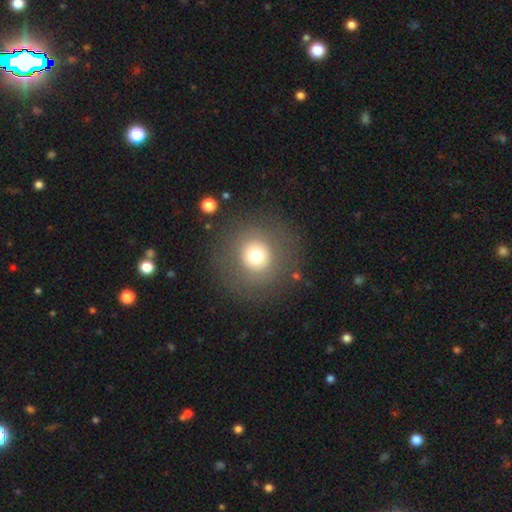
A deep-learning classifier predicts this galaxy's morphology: The model was most divided on "smooth or featured": smooth: 69%, featured or disk: 17%, star or artifact: 15%. More confident: how rounded — round (93%); merging — none (84%).